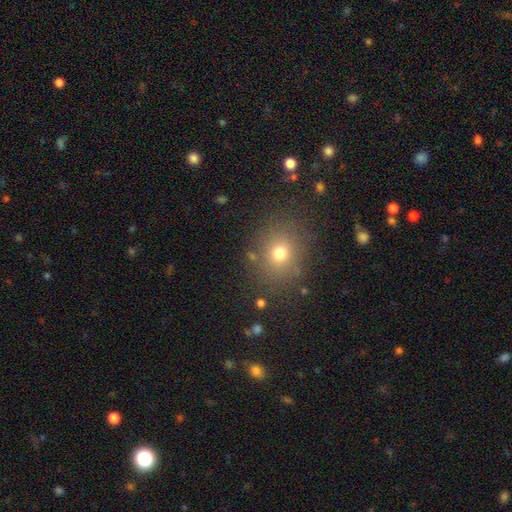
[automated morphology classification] Overall: smooth (63%; star or artifact 29%). How rounded: round (73%). Merging: none (88%).